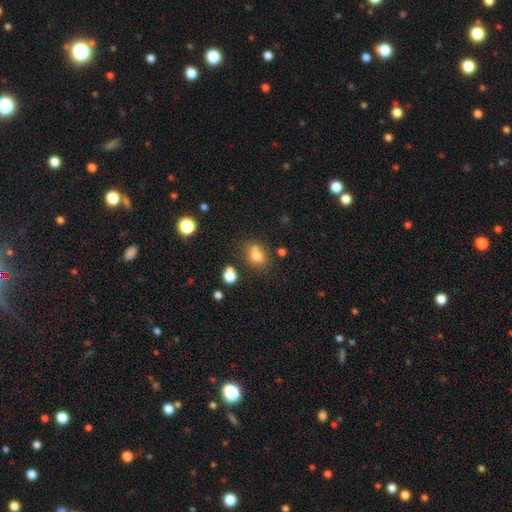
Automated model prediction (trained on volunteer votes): Morphology: type=smooth (74%); roundness=in between (57%); merging=none (61%).